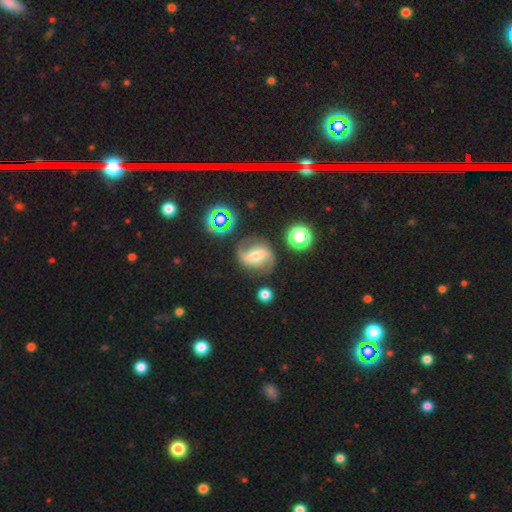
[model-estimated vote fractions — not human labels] Smooth or featured?
  - featured or disk: 81% *
  - smooth: 10%
  - star or artifact: 9%
Edge-on disk?
  - no: 96% *
  - yes: 4%
Bar?
  - strong: 59% *
  - weak: 30%
  - no: 12%
Spiral arms?
  - yes: 94% *
  - no: 6%
Spiral winding?
  - medium: 43% *
  - loose: 42%
  - tight: 15%
Spiral arm count?
  - 2: 91% *
  - can't tell: 4%
  - 1: 2%
  - 3: 2%
  - 4: 1%
  - more than 4: 1%
Bulge size?
  - moderate: 54% *
  - small: 34%
  - large: 7%
  - none: 3%
  - dominant: 2%
Merging?
  - none: 77% *
  - minor disturbance: 14%
  - major disturbance: 6%
  - merger: 3%